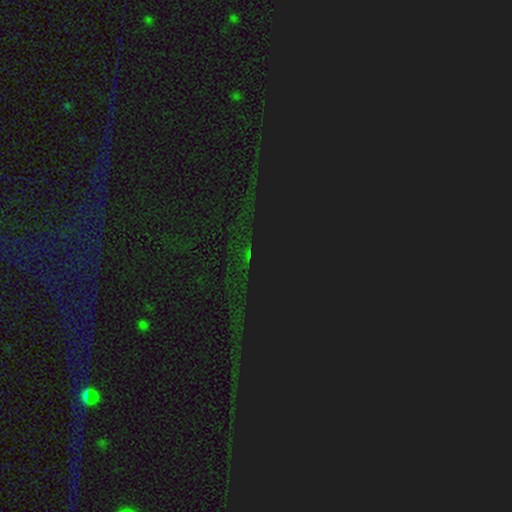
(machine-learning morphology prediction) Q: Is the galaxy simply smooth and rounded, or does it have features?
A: star or artifact — 83%.